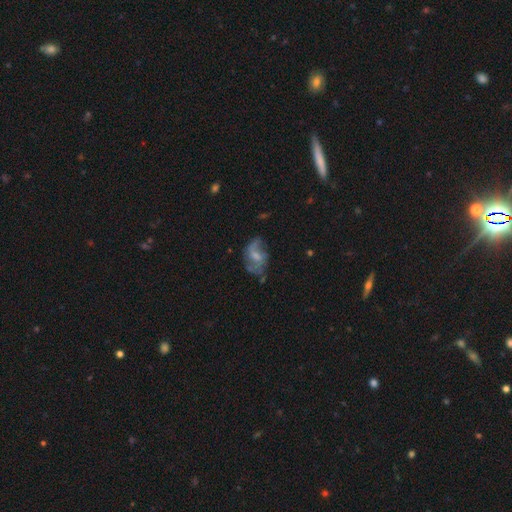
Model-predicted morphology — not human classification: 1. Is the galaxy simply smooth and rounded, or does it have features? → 65% featured or disk, 27% smooth, 8% star or artifact.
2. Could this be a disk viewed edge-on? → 97% no, 3% yes.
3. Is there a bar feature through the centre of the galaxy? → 49% weak, 42% no, 10% strong.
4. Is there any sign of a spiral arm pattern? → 77% yes, 23% no.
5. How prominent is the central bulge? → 42% small, 36% moderate, 17% none, 4% large, 1% dominant.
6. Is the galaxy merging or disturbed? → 51% none, 26% minor disturbance, 20% major disturbance, 3% merger.